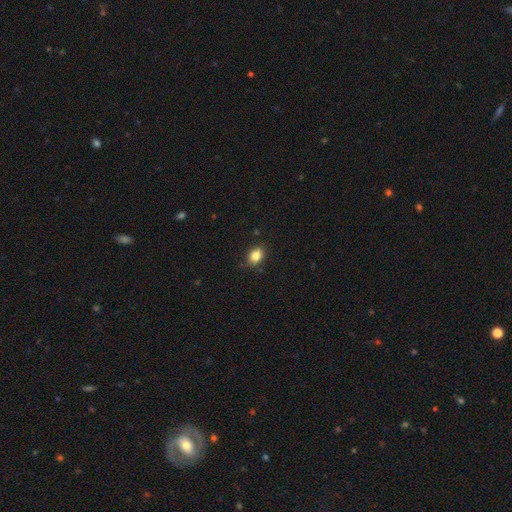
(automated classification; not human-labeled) This appears to be a smooth galaxy with no disk features (85%) that is in between round and cigar-shaped (65%). Merging: none (85%).